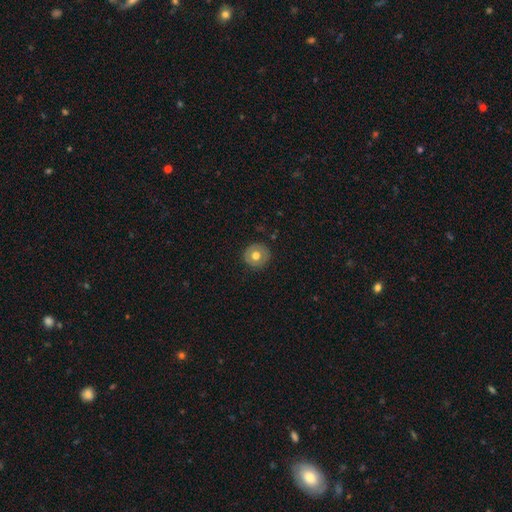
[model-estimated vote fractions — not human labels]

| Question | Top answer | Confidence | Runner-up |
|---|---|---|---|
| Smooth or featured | smooth | 63% | featured or disk (29%) |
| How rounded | round | 93% | in between (6%) |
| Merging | none | 88% | minor disturbance (9%) |